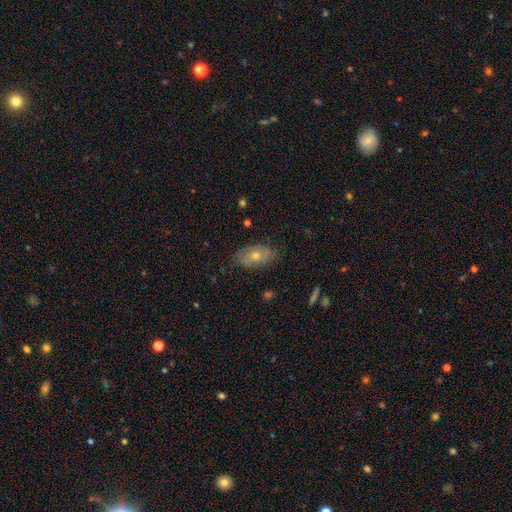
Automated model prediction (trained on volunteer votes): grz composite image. It shows a featured or disk galaxy (47%). Merging: none (79%).